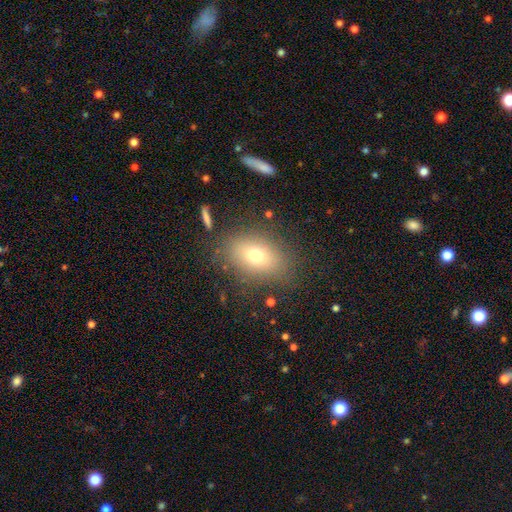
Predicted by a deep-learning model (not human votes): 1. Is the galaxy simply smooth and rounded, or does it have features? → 70% smooth, 16% featured or disk, 13% star or artifact.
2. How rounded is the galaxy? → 74% in between, 24% round, 2% cigar-shaped.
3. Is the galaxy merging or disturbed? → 79% none, 12% minor disturbance, 6% major disturbance, 3% merger.